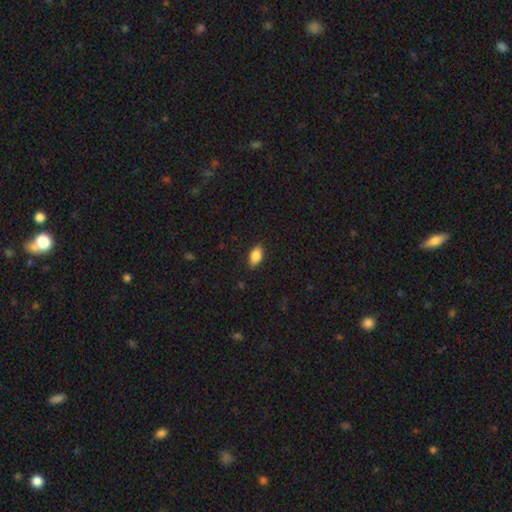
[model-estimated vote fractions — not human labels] Smooth or featured? Predicted: smooth (p=0.85). How rounded? Predicted: in between (p=0.91). Merging? Predicted: none (p=0.85).